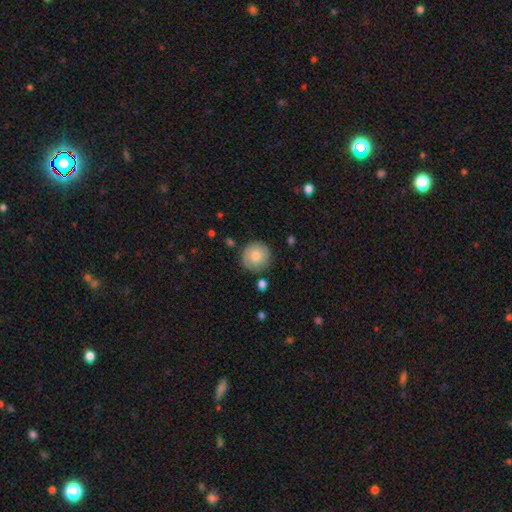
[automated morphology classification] smooth 73%, featured or disk 20%, star or artifact 7%. Down the decision tree: how rounded — round (94%); merging — none (83%).